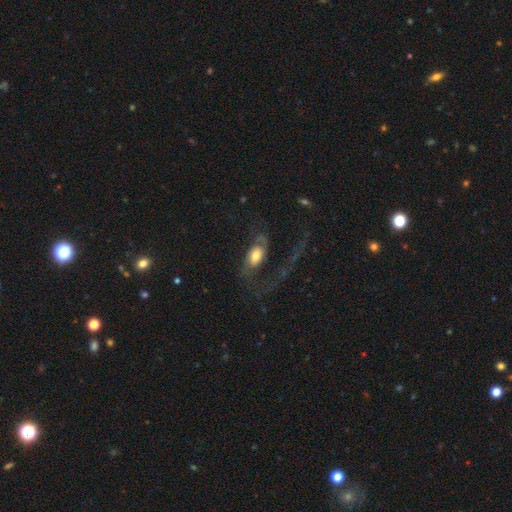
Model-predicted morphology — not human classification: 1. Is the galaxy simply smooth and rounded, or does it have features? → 50% featured or disk, 42% smooth, 8% star or artifact.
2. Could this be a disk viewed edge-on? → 88% no, 12% yes.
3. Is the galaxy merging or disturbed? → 54% major disturbance, 28% none, 14% minor disturbance, 3% merger.